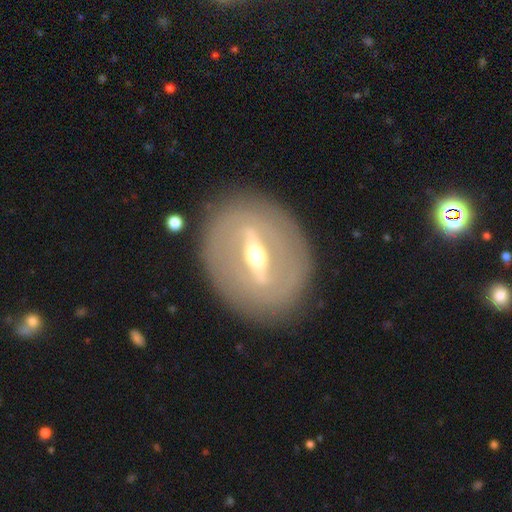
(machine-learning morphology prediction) smooth_or_featured: featured or disk (p=0.81) [alt: smooth p=0.13]
disk_edge_on: no (p=0.71) [alt: yes p=0.29]
bar: strong (p=0.79) [alt: weak p=0.15]
has_spiral_arms: no (p=0.73) [alt: yes p=0.27]
bulge_size: moderate (p=0.62) [alt: small p=0.30]
merging: none (p=0.86) [alt: minor disturbance p=0.08]